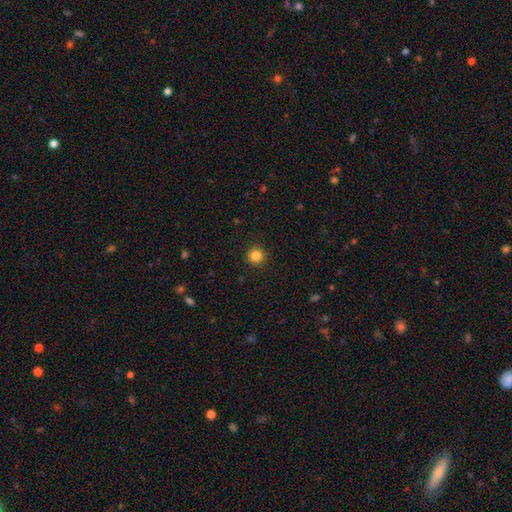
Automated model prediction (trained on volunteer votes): smooth-or-featured: smooth: 85% | star or artifact: 11% | featured or disk: 4%
  how-rounded: round: 95% | in between: 4% | cigar-shaped: 1%
  merging: none: 92% | minor disturbance: 5% | major disturbance: 2% | merger: 1%